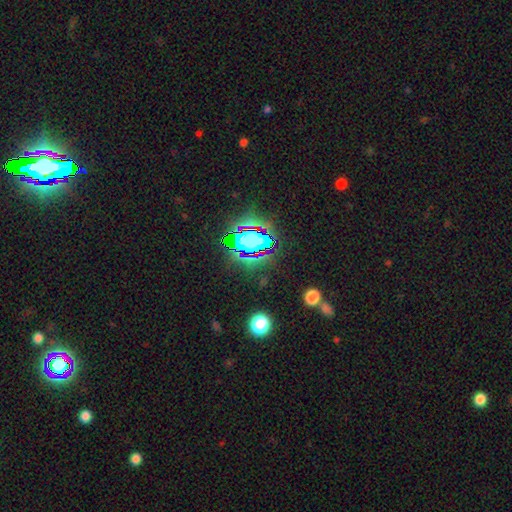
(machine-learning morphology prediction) smooth-or-featured: star or artifact: 77% | smooth: 14% | featured or disk: 9%